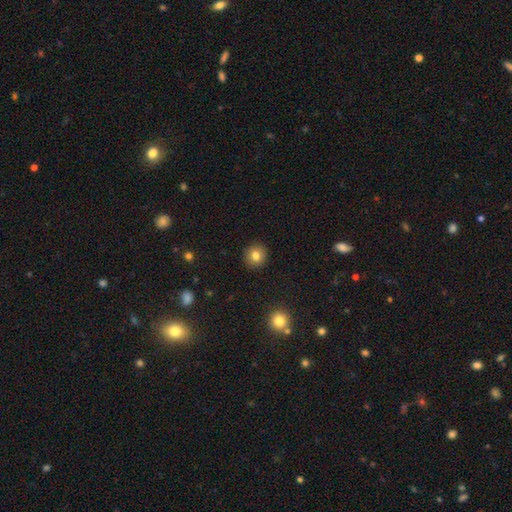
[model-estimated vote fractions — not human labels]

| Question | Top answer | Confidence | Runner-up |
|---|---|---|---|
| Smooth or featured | smooth | 81% | star or artifact (11%) |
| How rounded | round | 92% | in between (7%) |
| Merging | none | 92% | minor disturbance (5%) |